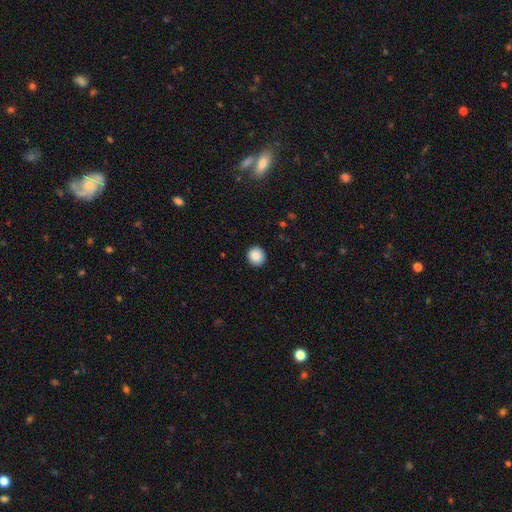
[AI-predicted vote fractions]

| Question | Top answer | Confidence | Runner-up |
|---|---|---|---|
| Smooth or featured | smooth | 89% | star or artifact (8%) |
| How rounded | round | 88% | in between (11%) |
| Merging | none | 92% | minor disturbance (5%) |